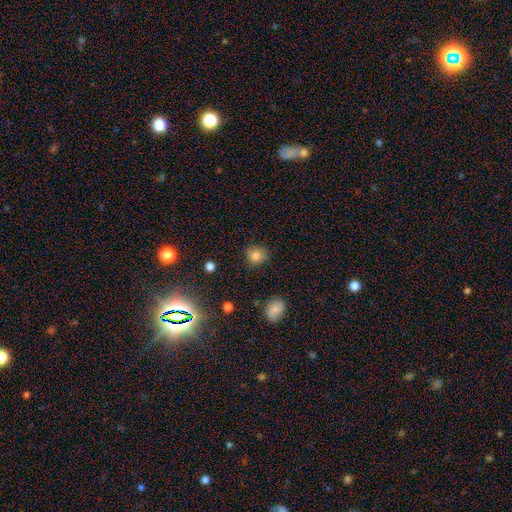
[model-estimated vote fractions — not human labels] Morphology: type=smooth (83%); roundness=round (81%); merging=none (82%).